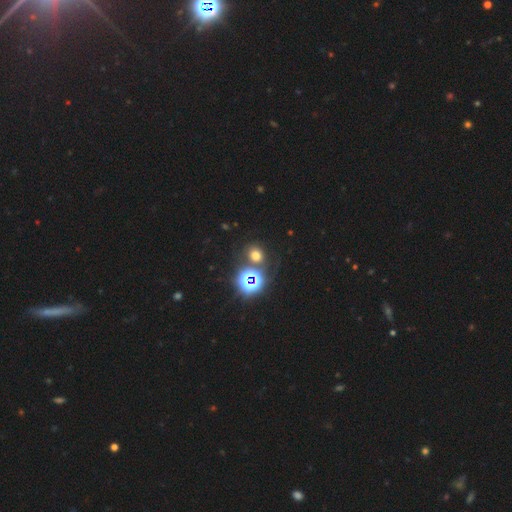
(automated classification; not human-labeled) smooth_or_featured: smooth (p=0.58) [alt: star or artifact p=0.34]
how_rounded: round (p=0.71) [alt: in between p=0.28]
merging: none (p=0.73) [alt: merger p=0.12]